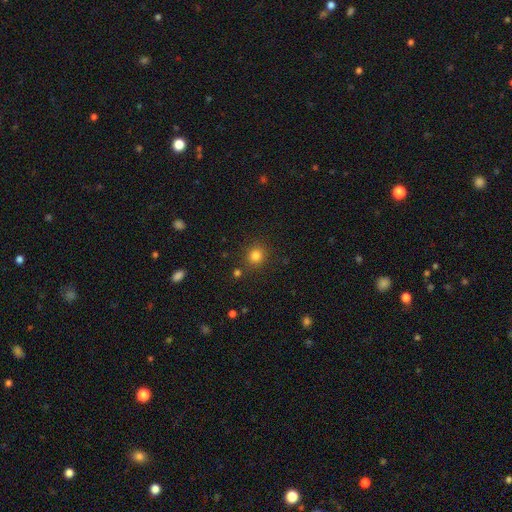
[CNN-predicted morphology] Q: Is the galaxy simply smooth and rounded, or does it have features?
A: smooth — 81%.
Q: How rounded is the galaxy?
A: round — 87%.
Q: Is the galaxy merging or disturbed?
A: none — 86%.